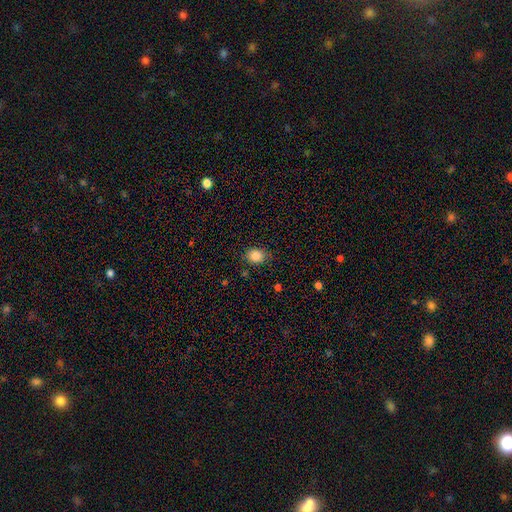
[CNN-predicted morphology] This appears to be a smooth galaxy with no disk features (86%) that is round (55%). Merging: none (80%).